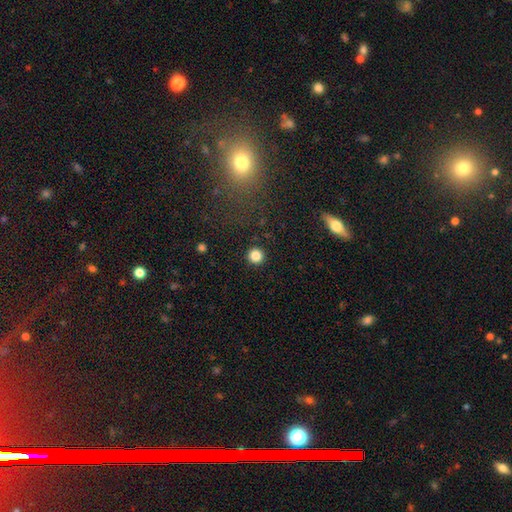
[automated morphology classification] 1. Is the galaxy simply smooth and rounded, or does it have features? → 85% smooth, 11% star or artifact, 4% featured or disk.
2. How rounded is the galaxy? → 96% round, 3% in between, 1% cigar-shaped.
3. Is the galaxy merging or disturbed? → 93% none, 4% minor disturbance, 2% major disturbance, 1% merger.